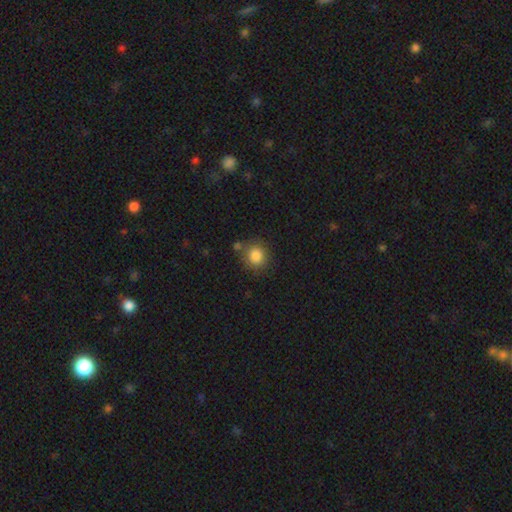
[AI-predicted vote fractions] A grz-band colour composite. It shows a smooth galaxy with no disk features (85%) that is round (86%). Merging: none (77%).